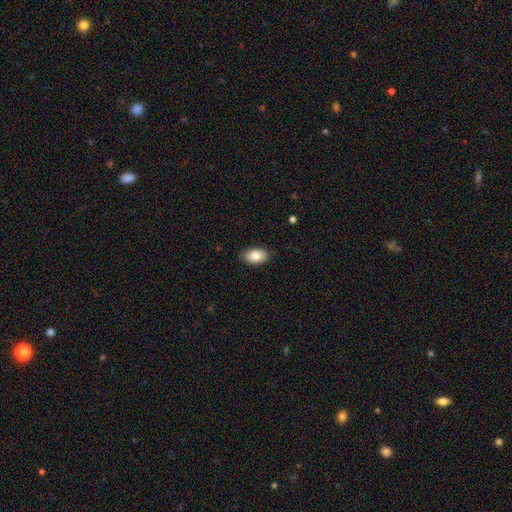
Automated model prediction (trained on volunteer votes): This is clearly a smooth galaxy (84%). How rounded: clearly in between (92%). Merging: clearly none (88%).